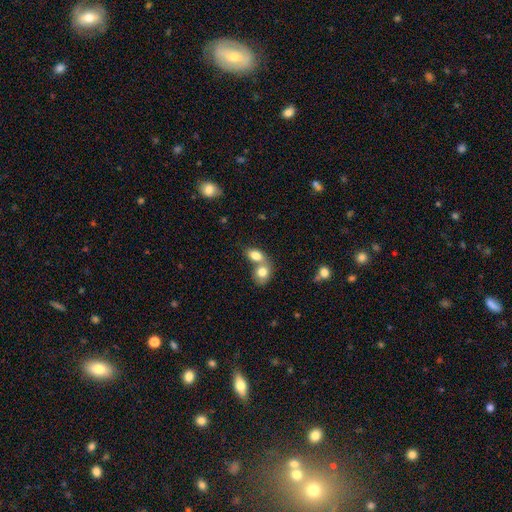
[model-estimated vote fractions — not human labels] smooth-or-featured: smooth: 81% | featured or disk: 11% | star or artifact: 8%
  how-rounded: in between: 74% | round: 24% | cigar-shaped: 2%
  merging: merger: 64% | none: 26% | minor disturbance: 7% | major disturbance: 3%